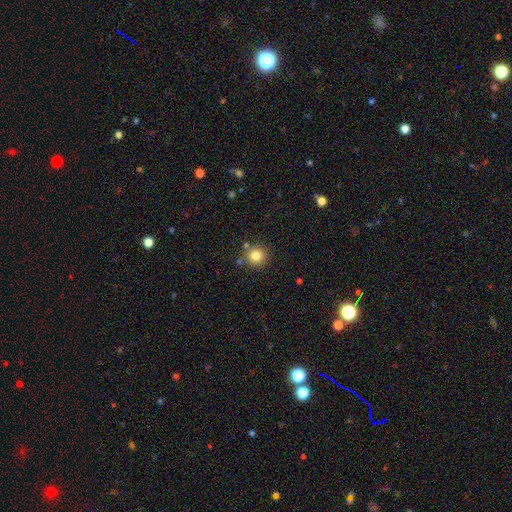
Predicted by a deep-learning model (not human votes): Smooth or featured?
  - smooth: 82% *
  - star or artifact: 12%
  - featured or disk: 6%
How rounded?
  - round: 94% *
  - in between: 5%
  - cigar-shaped: 1%
Merging?
  - none: 84% *
  - minor disturbance: 8%
  - merger: 6%
  - major disturbance: 2%